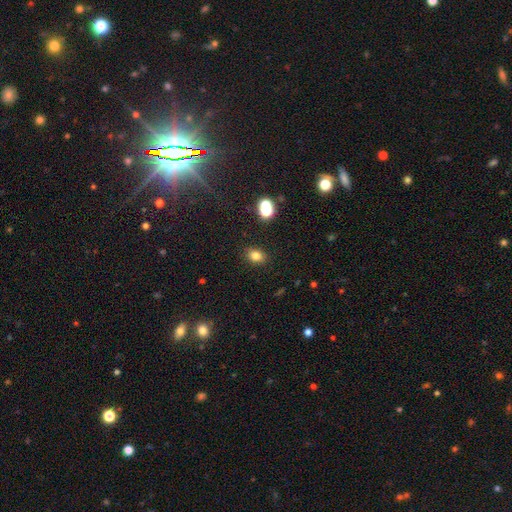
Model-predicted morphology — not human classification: This is clearly a smooth galaxy (80%). How rounded: likely in between (62%). Merging: clearly none (88%).